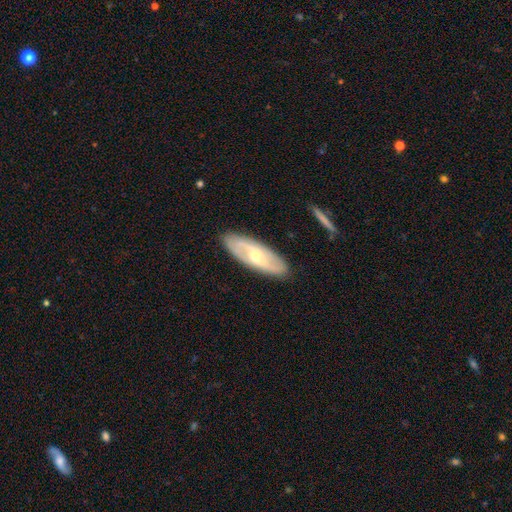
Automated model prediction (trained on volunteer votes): smooth-or-featured: featured or disk: 71% | smooth: 24% | star or artifact: 5%
  disk-edge-on: no: 85% | yes: 15%
    bar: weak: 48% | no: 34% | strong: 18%
    has-spiral-arms: yes: 83% | no: 17%
    bulge-size: moderate: 60% | small: 34% | large: 4% | none: 1% | dominant: 1%
  merging: none: 88% | minor disturbance: 9% | major disturbance: 2% | merger: 1%